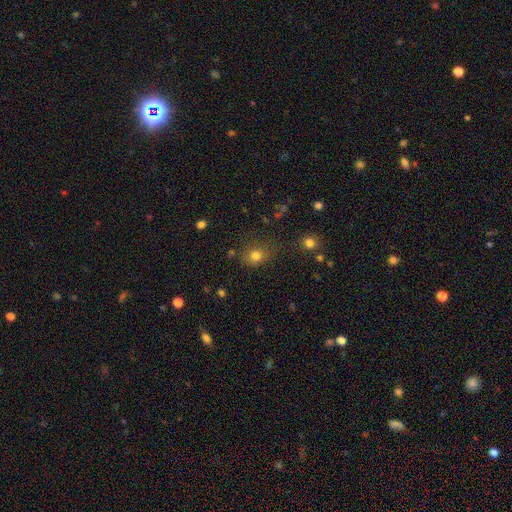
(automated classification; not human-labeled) A smooth galaxy with no disk features (77%) that is round (70%). Merging: none (71%).